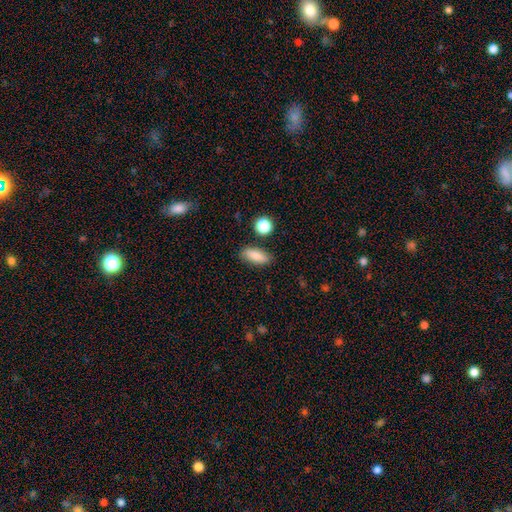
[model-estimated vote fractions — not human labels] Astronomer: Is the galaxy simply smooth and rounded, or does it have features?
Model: smooth — 84%.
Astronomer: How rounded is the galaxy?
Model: in between — 78%.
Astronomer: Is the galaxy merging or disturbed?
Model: none — 84%.